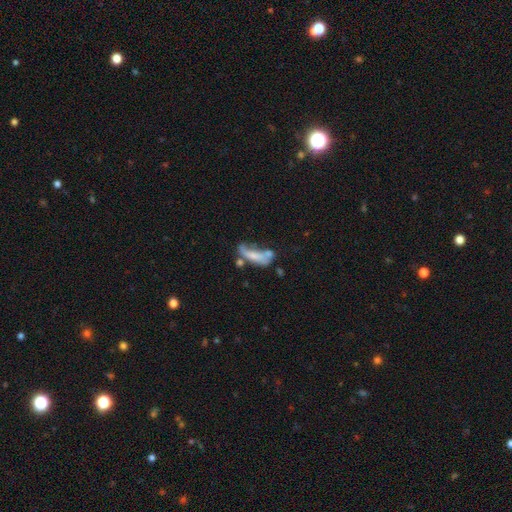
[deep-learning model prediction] This appears to be a smooth galaxy with no disk features (47%). Merging: merger (32%).